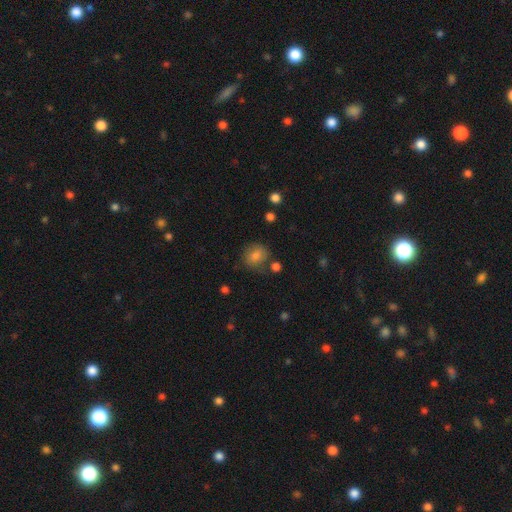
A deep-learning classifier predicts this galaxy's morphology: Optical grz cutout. It shows a smooth galaxy with no disk features (78%) that is round (70%). Merging: none (70%).